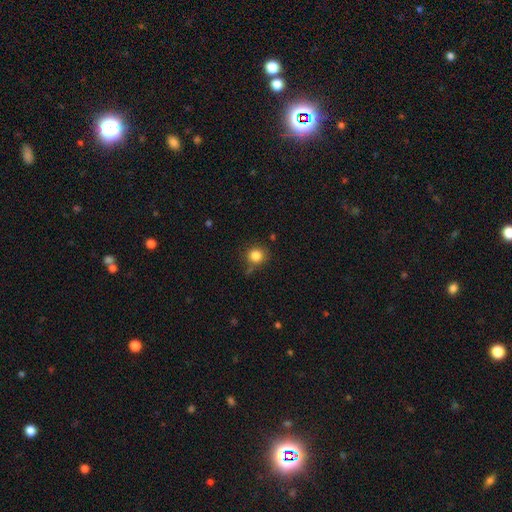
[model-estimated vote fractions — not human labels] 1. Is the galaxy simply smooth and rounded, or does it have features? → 84% smooth, 11% star or artifact, 5% featured or disk.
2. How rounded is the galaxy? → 90% round, 9% in between, 1% cigar-shaped.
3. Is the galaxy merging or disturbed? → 76% none, 16% minor disturbance, 5% merger, 4% major disturbance.